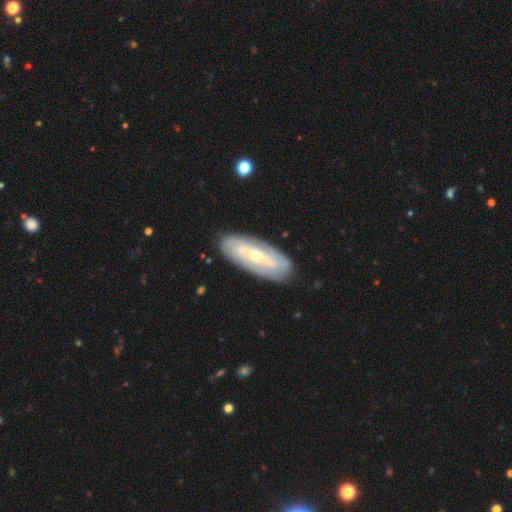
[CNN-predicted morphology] Q: Smooth or featured?
A: featured or disk (71%); runner-up: smooth (24%)
Q: Edge-on disk?
A: no (86%); runner-up: yes (14%)
Q: Bar?
A: no (45%); runner-up: weak (32%)
Q: Spiral arms?
A: yes (73%); runner-up: no (27%)
Q: Bulge size?
A: small (58%); runner-up: moderate (39%)
Q: Merging?
A: none (85%); runner-up: minor disturbance (11%)